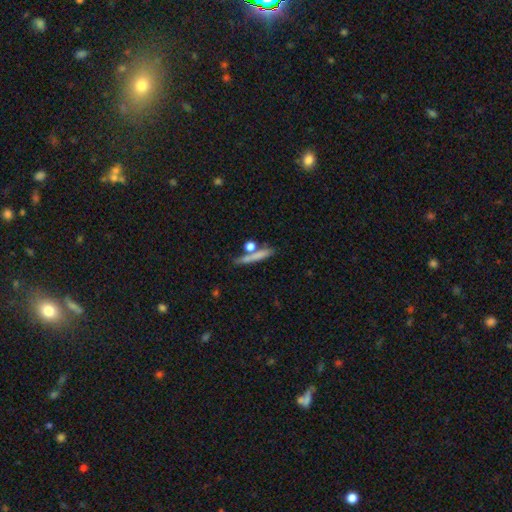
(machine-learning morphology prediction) A smooth galaxy with no disk features (70%) that is cigar-shaped (81%). Merging: none (66%).